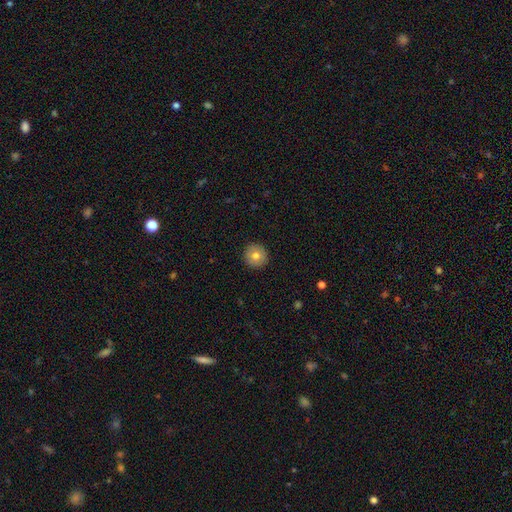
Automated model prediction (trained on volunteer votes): Smooth or featured? Predicted: smooth (p=0.76). How rounded? Predicted: round (p=0.95). Merging? Predicted: none (p=0.92).